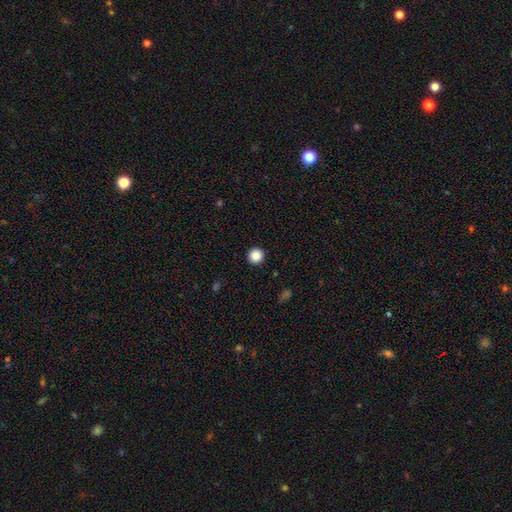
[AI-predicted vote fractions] Smooth or featured? Predicted: smooth (p=0.87). How rounded? Predicted: round (p=0.95). Merging? Predicted: none (p=0.93).